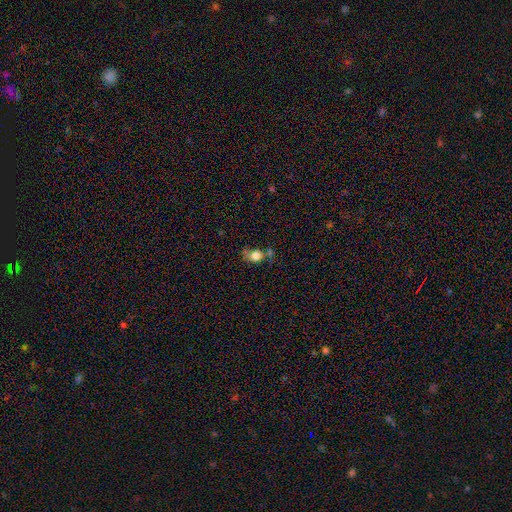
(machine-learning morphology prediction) A smooth galaxy with no disk features (76%) that is round (57%). Merging: none (38%).